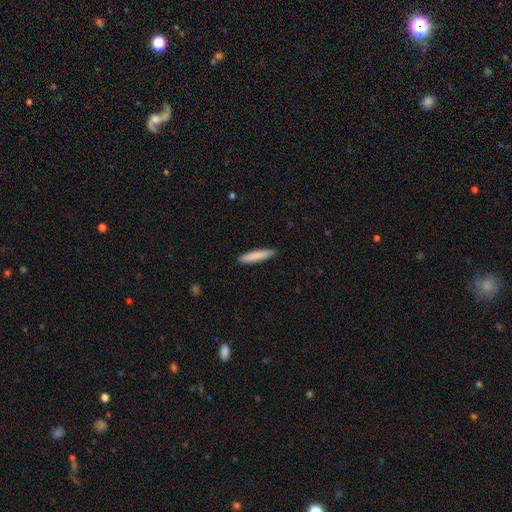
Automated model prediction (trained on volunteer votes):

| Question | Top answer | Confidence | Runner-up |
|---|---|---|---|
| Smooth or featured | smooth | 86% | featured or disk (9%) |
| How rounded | cigar-shaped | 87% | in between (12%) |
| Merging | none | 90% | minor disturbance (8%) |